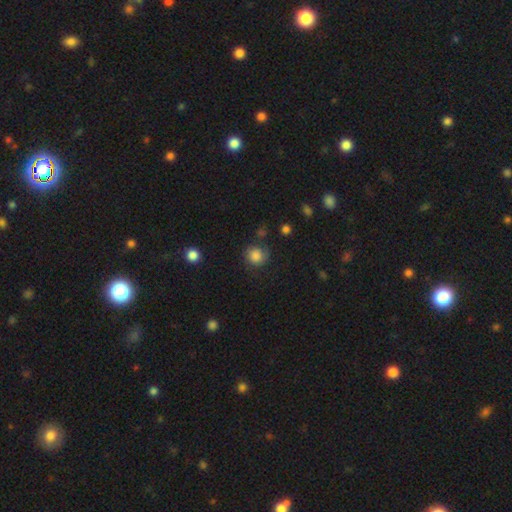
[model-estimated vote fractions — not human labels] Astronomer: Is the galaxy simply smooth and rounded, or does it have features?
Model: smooth — 80%.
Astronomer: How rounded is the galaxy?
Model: round — 85%.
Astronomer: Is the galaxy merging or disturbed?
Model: none — 71%.